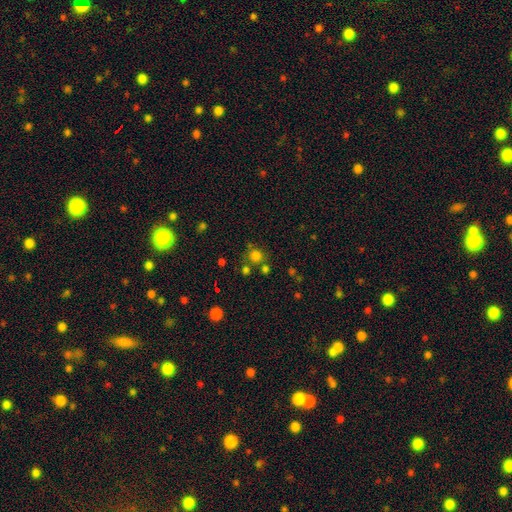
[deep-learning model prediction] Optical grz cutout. It shows a smooth galaxy with no disk features (74%) that is round (91%). Merging: none (72%).